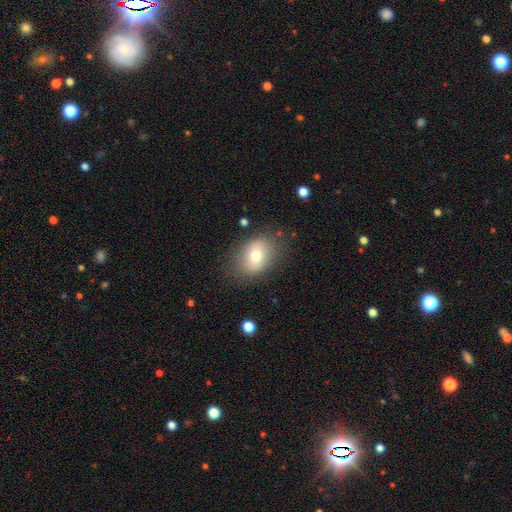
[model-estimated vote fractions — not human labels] Overall: smooth (73%). How rounded: in between (74%). Merging: none (79%).